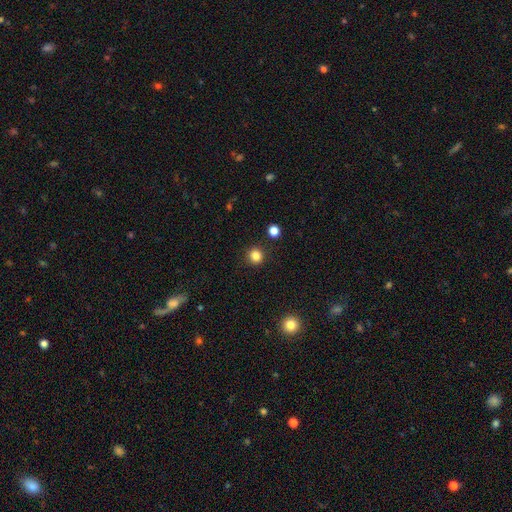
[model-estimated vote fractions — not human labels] Smooth or featured?
  - smooth: 84% *
  - star or artifact: 12%
  - featured or disk: 4%
How rounded?
  - round: 90% *
  - in between: 9%
  - cigar-shaped: 1%
Merging?
  - none: 90% *
  - minor disturbance: 6%
  - major disturbance: 2%
  - merger: 2%